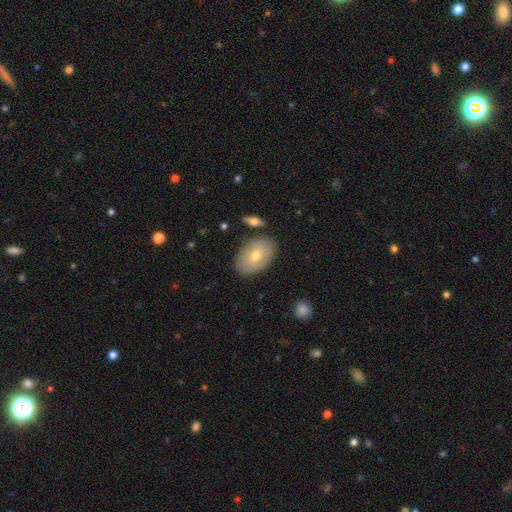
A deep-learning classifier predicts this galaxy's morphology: The model was most divided on "smooth or featured": smooth: 67%, featured or disk: 26%, star or artifact: 7%. More confident: how rounded — in between (89%); merging — none (84%).